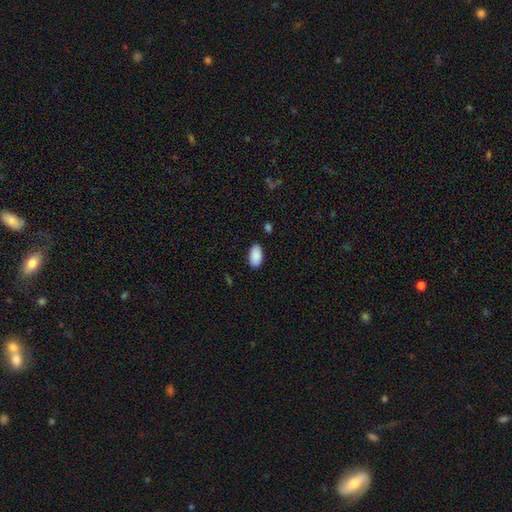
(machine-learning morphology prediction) Smooth or featured: smooth — 91% (star or artifact — 6%)
How rounded: in between — 95% (round — 3%)
Merging: none — 86% (minor disturbance — 10%)